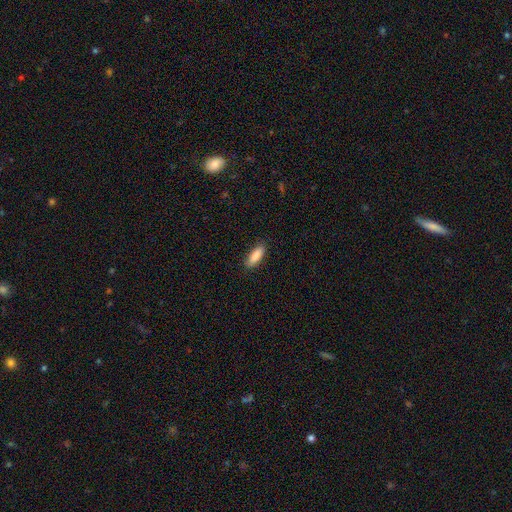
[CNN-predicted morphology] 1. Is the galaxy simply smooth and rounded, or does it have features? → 87% smooth, 7% featured or disk, 6% star or artifact.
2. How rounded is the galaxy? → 59% in between, 39% cigar-shaped, 2% round.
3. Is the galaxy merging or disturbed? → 87% none, 10% minor disturbance, 2% major disturbance, 1% merger.